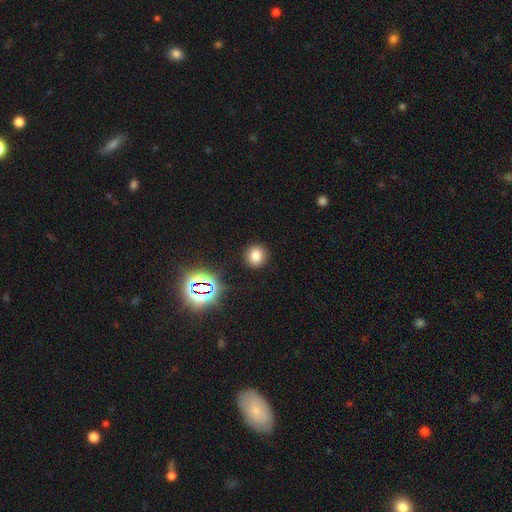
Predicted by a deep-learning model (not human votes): smooth 77%, star or artifact 17%, featured or disk 6%. Down the decision tree: how rounded — round (88%); merging — none (90%).